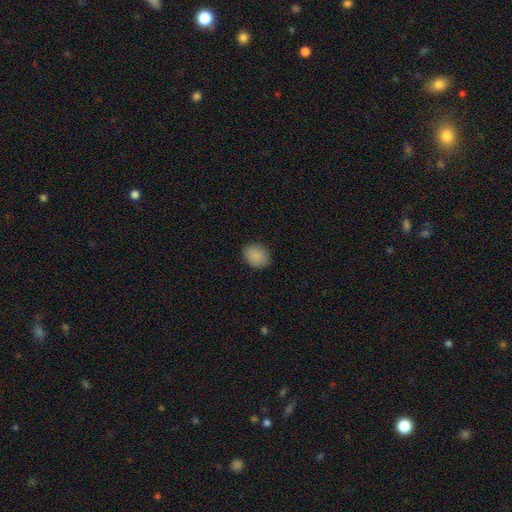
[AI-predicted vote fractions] Smooth or featured? Predicted: smooth (p=0.88). How rounded? Predicted: in between (p=0.52). Merging? Predicted: none (p=0.86).